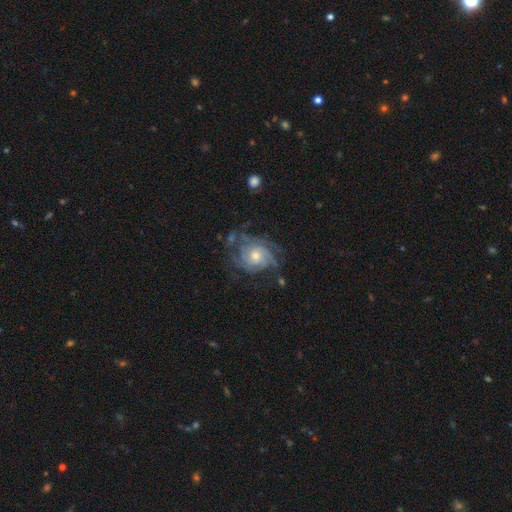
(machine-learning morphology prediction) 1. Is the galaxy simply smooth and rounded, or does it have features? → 81% featured or disk, 11% smooth, 8% star or artifact.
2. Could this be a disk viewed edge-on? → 97% no, 3% yes.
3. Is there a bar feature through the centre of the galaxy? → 78% no, 19% weak, 3% strong.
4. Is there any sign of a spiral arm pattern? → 92% yes, 8% no.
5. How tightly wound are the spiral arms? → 58% tight, 31% medium, 11% loose.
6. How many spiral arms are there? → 39% can't tell, 21% 3, 15% 4, 13% 2, 7% more than 4, 6% 1.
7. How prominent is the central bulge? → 57% moderate, 36% small, 5% large, 2% none, 1% dominant.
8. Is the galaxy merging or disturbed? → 61% none, 20% minor disturbance, 16% major disturbance, 3% merger.